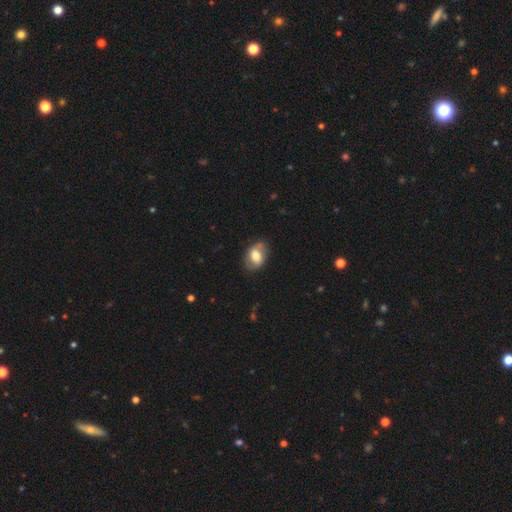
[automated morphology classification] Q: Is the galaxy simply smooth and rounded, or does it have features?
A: smooth — 60%.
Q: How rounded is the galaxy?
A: in between — 78%.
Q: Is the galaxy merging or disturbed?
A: none — 68%.